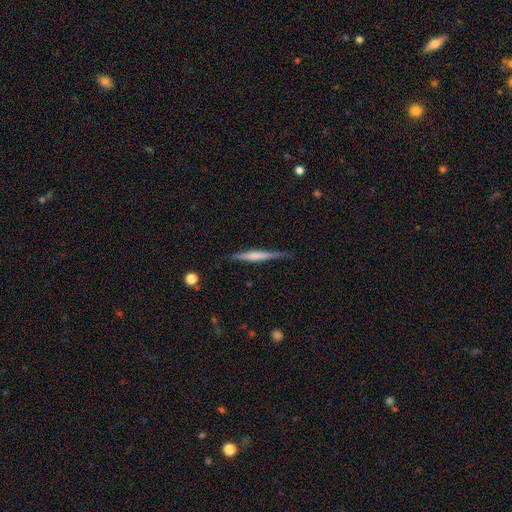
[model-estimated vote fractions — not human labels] A featured or disk galaxy (55%) viewed edge-on (97%) with no central bulge (44%). Merging: none (80%).